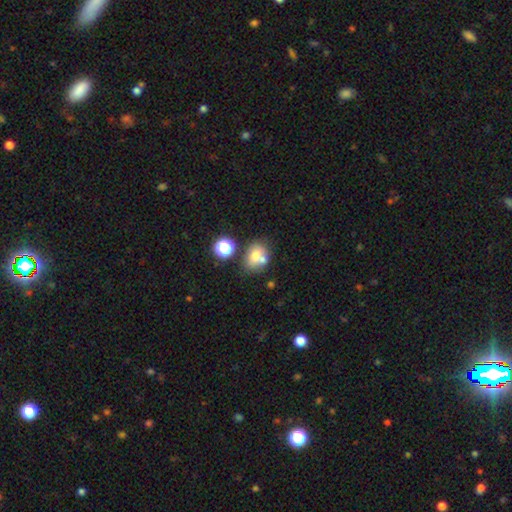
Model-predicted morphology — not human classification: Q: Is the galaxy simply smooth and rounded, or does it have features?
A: smooth — 70%.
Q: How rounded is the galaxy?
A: in between — 55%.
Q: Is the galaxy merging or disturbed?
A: none — 49%.